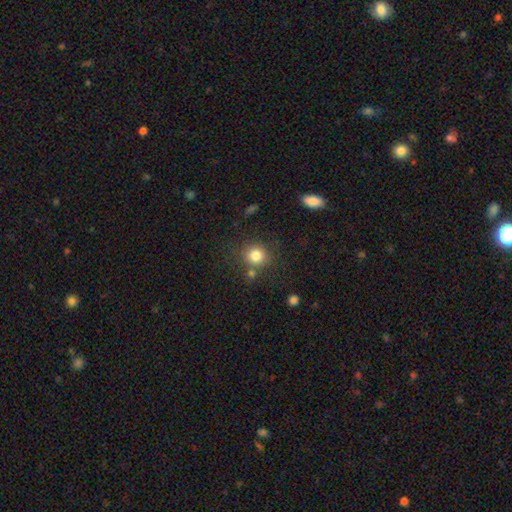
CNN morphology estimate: smooth-or-featured: smooth: 81% | star or artifact: 12% | featured or disk: 7%
  how-rounded: round: 87% | in between: 12% | cigar-shaped: 1%
  merging: none: 76% | merger: 10% | minor disturbance: 10% | major disturbance: 4%